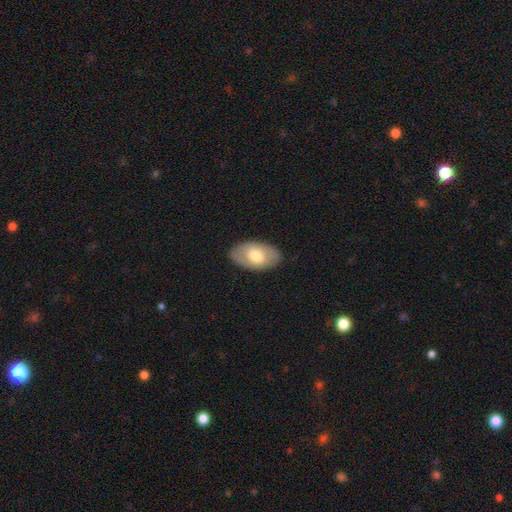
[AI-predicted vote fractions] Morphology: type=smooth (62%); roundness=in between (93%); merging=none (85%).